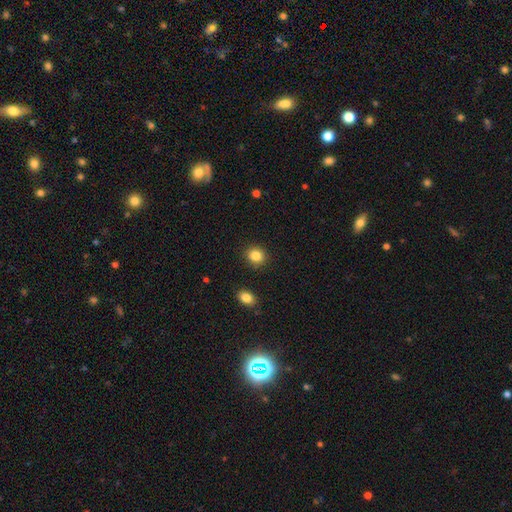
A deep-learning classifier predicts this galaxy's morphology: smooth 85%, star or artifact 10%, featured or disk 5%. Down the decision tree: how rounded — round (77%); merging — none (90%).